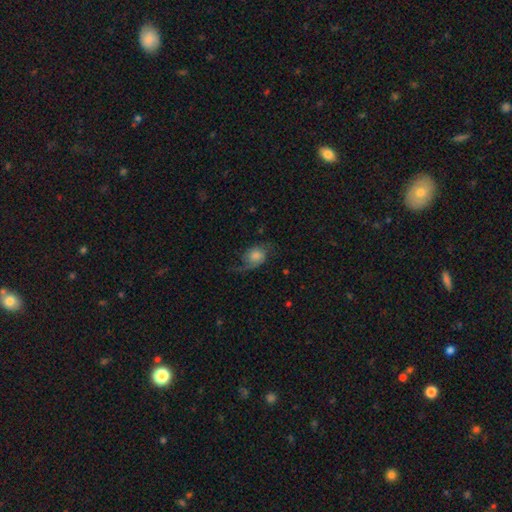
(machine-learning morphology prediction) Smooth or featured?
  - featured or disk: 50% *
  - smooth: 40%
  - star or artifact: 10%
Edge-on disk?
  - no: 95% *
  - yes: 5%
Merging?
  - none: 52% *
  - minor disturbance: 24%
  - major disturbance: 22%
  - merger: 2%